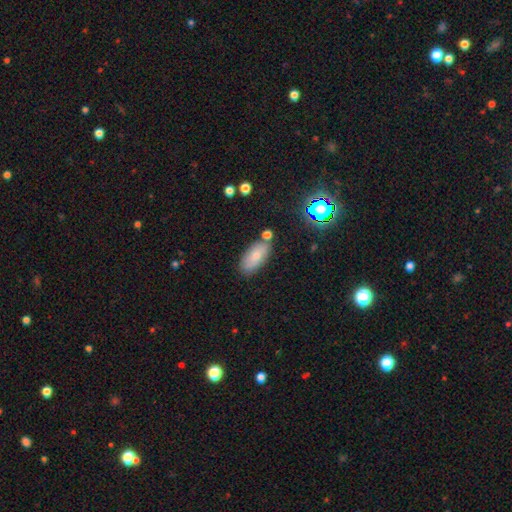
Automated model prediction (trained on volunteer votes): This appears to be a smooth galaxy with no disk features (73%) that is in between round and cigar-shaped (89%). Merging: none (72%).